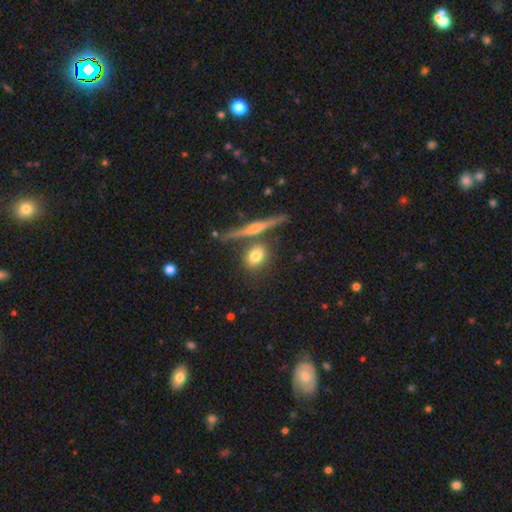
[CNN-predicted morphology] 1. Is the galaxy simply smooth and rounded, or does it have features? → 73% smooth, 18% featured or disk, 9% star or artifact.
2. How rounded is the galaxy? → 60% round, 32% in between, 8% cigar-shaped.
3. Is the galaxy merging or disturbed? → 70% none, 14% merger, 12% minor disturbance, 4% major disturbance.